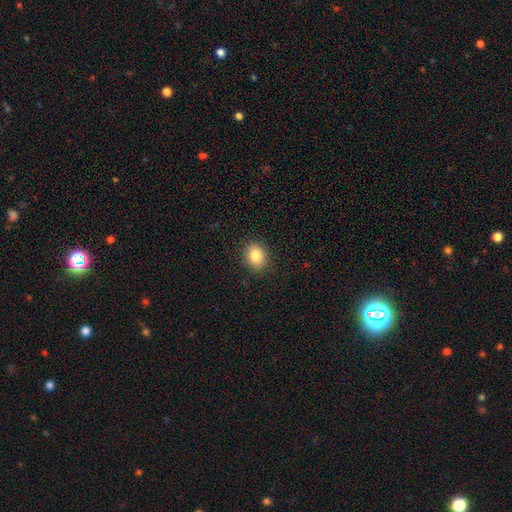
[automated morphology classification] A smooth galaxy with no disk features (85%) that is in between round and cigar-shaped (54%).

Vote fractions:
- Smooth or featured? smooth: 85% / star or artifact: 9% / featured or disk: 6%
- How rounded? in between: 54% / round: 45% / cigar-shaped: 1%
- Merging? none: 88% / minor disturbance: 9% / major disturbance: 3% / merger: 1%